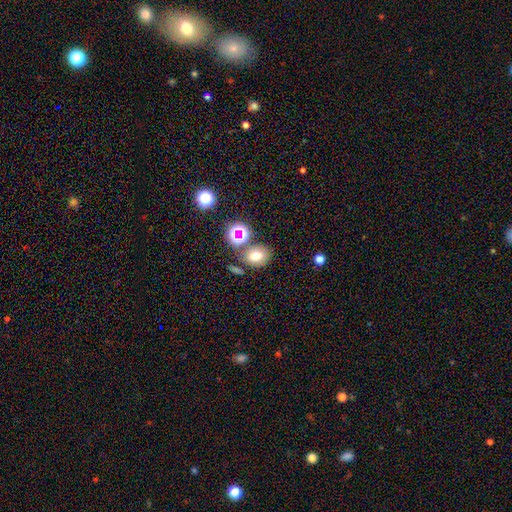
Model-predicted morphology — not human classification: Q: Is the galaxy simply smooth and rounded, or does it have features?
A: smooth — 70%.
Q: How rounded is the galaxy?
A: in between — 53%.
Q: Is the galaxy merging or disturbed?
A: none — 69%.